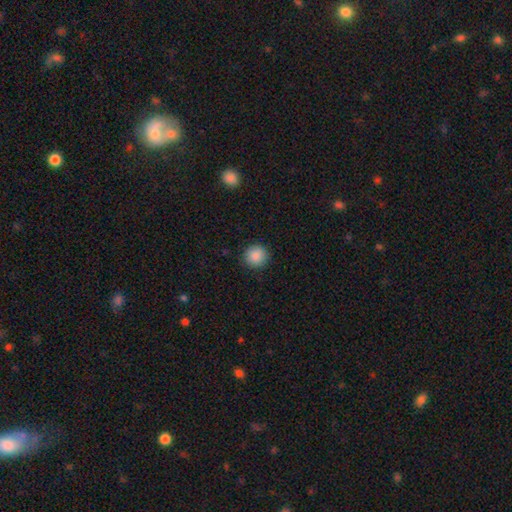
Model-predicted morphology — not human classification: This appears to be a smooth galaxy with no disk features (88%) that is round (93%). Merging: none (90%).